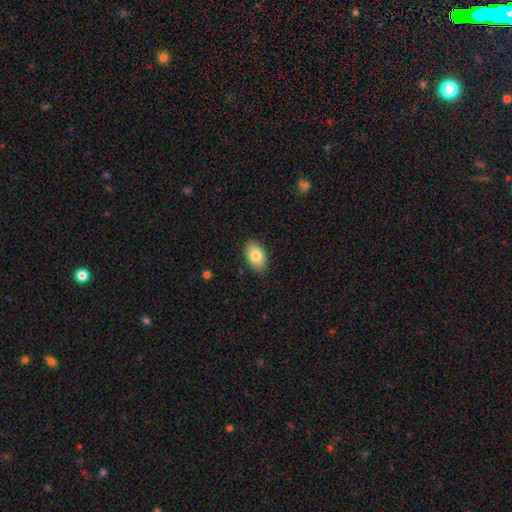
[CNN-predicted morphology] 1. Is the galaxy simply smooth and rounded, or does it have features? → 82% smooth, 11% featured or disk, 7% star or artifact.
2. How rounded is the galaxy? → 91% in between, 8% round, 1% cigar-shaped.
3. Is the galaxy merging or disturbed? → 87% none, 10% minor disturbance, 2% major disturbance, 1% merger.